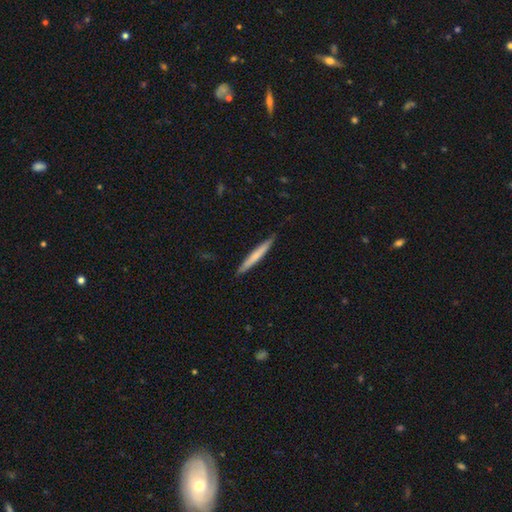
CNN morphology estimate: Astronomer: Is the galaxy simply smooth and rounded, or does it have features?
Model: smooth — 61%.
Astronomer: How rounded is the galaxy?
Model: cigar-shaped — 96%.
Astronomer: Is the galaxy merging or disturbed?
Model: none — 88%.